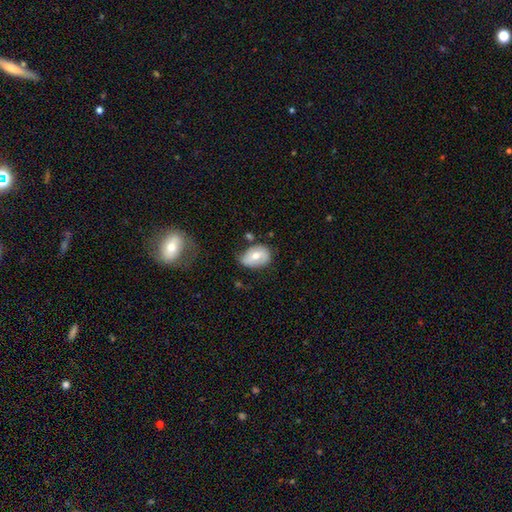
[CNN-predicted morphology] This appears to be a smooth galaxy with no disk features (58%) that is in between round and cigar-shaped (78%). Merging: none (48%).